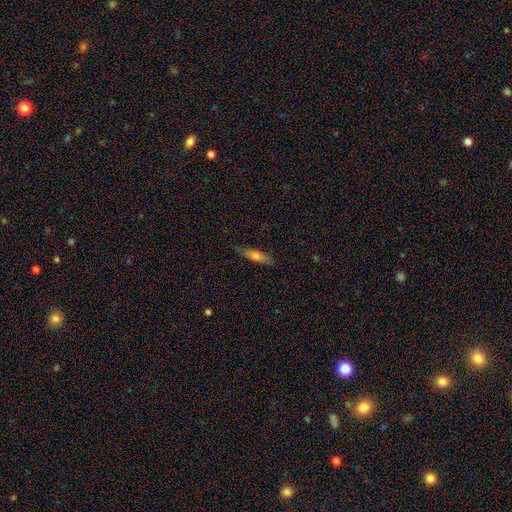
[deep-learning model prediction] Smooth or featured? Predicted: smooth (p=0.66). How rounded? Predicted: cigar-shaped (p=0.60). Merging? Predicted: none (p=0.79).